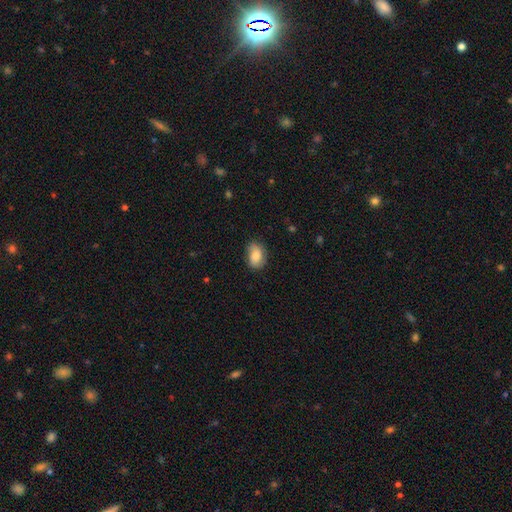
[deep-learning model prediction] smooth_or_featured: smooth (p=0.78) [alt: featured or disk p=0.15]
how_rounded: in between (p=0.81) [alt: round p=0.17]
merging: none (p=0.71) [alt: minor disturbance p=0.22]